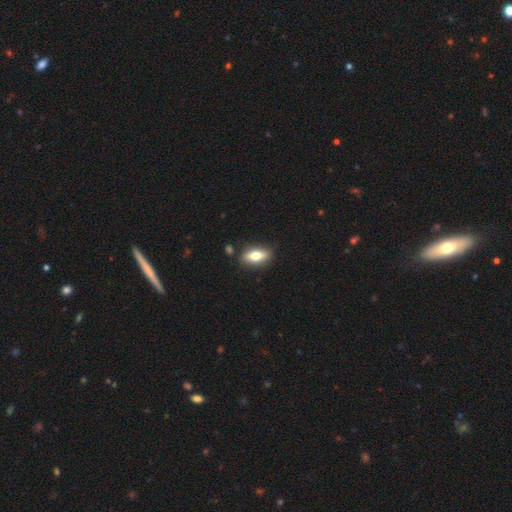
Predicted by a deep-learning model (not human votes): smooth 68%, featured or disk 25%, star or artifact 7%. Down the decision tree: how rounded — in between (79%); merging — none (85%).